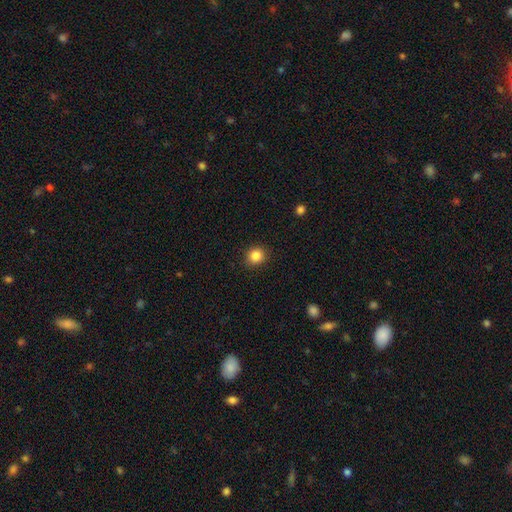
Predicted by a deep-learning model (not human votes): smooth-or-featured: smooth: 85% | star or artifact: 11% | featured or disk: 4%
  how-rounded: round: 87% | in between: 12% | cigar-shaped: 1%
  merging: none: 90% | minor disturbance: 7% | major disturbance: 2% | merger: 1%